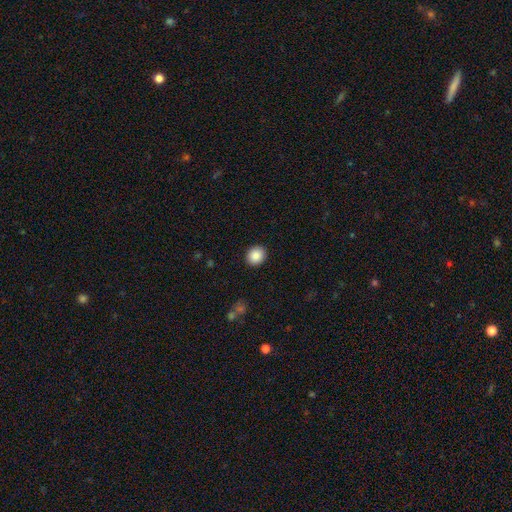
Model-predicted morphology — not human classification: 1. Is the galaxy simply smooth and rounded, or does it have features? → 88% smooth, 8% star or artifact, 4% featured or disk.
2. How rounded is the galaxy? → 79% round, 20% in between, 1% cigar-shaped.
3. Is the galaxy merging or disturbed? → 91% none, 6% minor disturbance, 2% major disturbance, 1% merger.